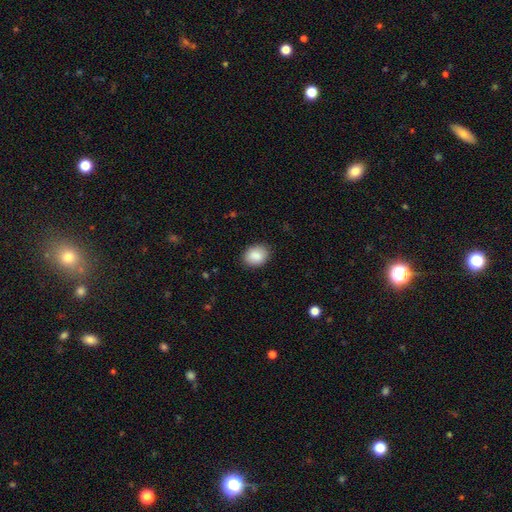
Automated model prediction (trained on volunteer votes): Q: Smooth or featured?
A: smooth (89%); runner-up: star or artifact (7%)
Q: How rounded?
A: in between (62%); runner-up: round (37%)
Q: Merging?
A: none (87%); runner-up: minor disturbance (10%)